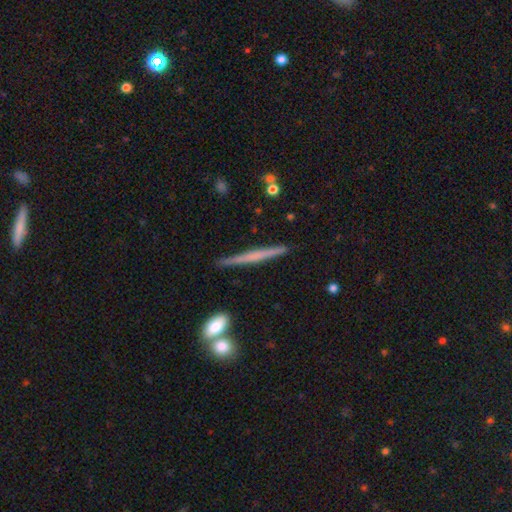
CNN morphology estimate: Smooth or featured: featured or disk — 53% (smooth — 40%)
Edge-on disk: yes — 97% (no — 3%)
Edge-on bulge: none — 73% (rounded — 19%)
Merging: none — 87% (minor disturbance — 8%)